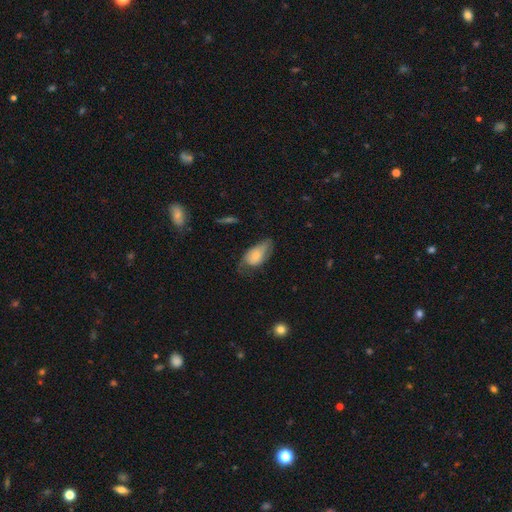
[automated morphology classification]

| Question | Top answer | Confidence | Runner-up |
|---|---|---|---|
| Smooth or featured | smooth | 68% | featured or disk (25%) |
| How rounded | in between | 91% | round (5%) |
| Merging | minor disturbance | 37% | tied: none (37%) |